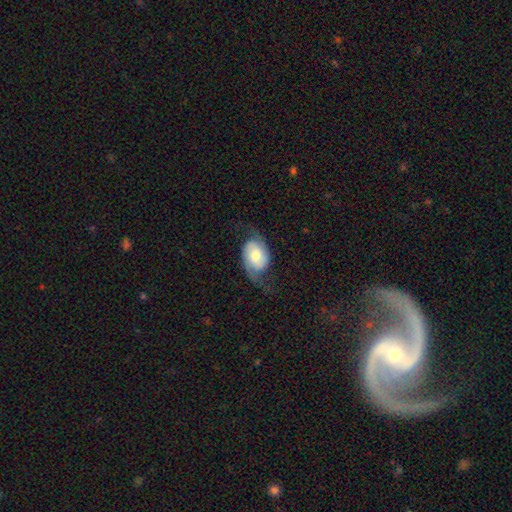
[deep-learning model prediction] Morphology: type=featured or disk (66%); edge-on=no (96%); bar=no (59%); spiral arms=yes (92%); winding=loose (52%); arm count=2 (87%); bulge=moderate (52%); merging=none (58%).